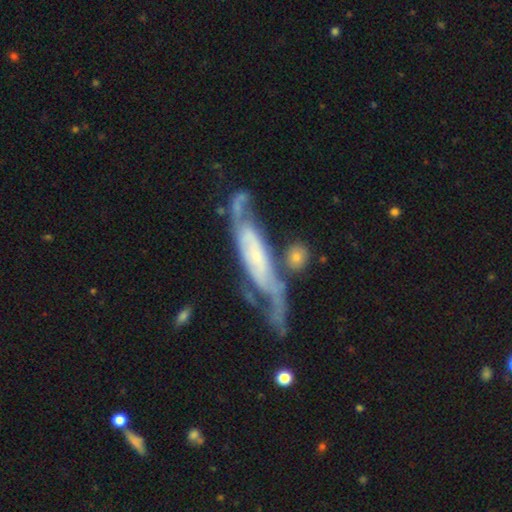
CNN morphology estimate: Smooth or featured: featured or disk — 81% (smooth — 13%)
Edge-on disk: no — 75% (yes — 25%)
Bar: no — 50% (weak — 30%)
Spiral arms: yes — 90% (no — 10%)
Spiral winding: medium — 40% (tight — 34%)
Spiral arm count: 2 — 70% (can't tell — 19%)
Bulge size: small — 62% (moderate — 17%)
Merging: none — 40% (major disturbance — 22%)